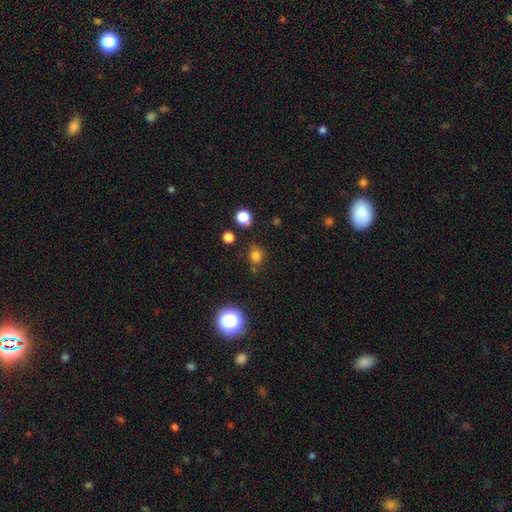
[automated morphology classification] smooth_or_featured: smooth (p=0.76) [alt: star or artifact p=0.18]
how_rounded: round (p=0.77) [alt: in between p=0.22]
merging: none (p=0.74) [alt: minor disturbance p=0.16]